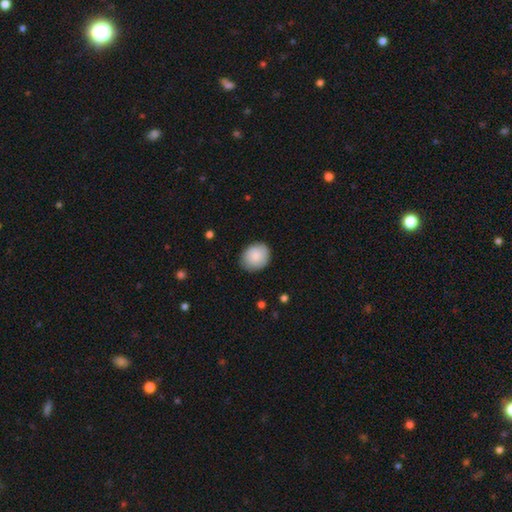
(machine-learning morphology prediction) smooth_or_featured: smooth (p=0.85) [alt: featured or disk p=0.09]
how_rounded: round (p=0.59) [alt: in between p=0.40]
merging: none (p=0.82) [alt: minor disturbance p=0.14]